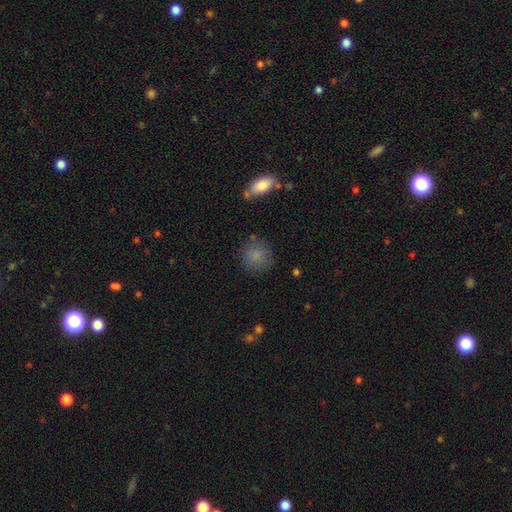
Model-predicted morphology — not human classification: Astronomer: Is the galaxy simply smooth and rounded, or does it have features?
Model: smooth — 83%.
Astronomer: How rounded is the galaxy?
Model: round — 89%.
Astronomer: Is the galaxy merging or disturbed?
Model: none — 80%.